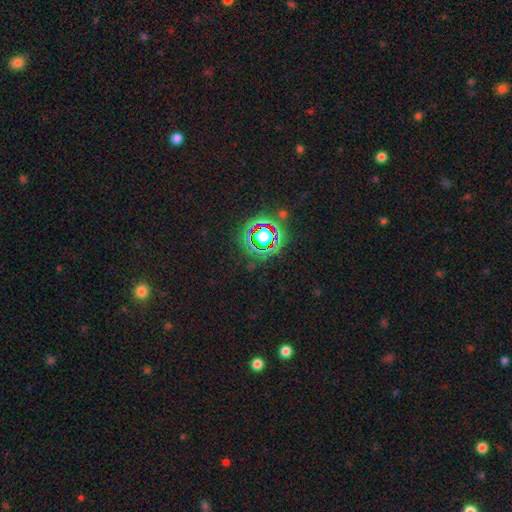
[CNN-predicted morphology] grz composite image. It shows a star or artifact, not a galaxy (80%).